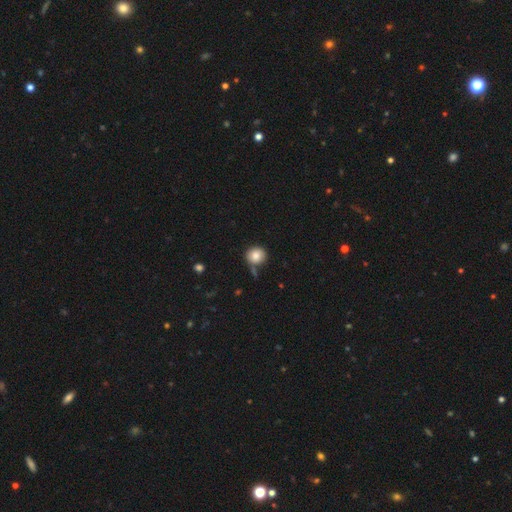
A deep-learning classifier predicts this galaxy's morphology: Smooth or featured?
  - smooth: 82% *
  - star or artifact: 10%
  - featured or disk: 8%
How rounded?
  - round: 88% *
  - in between: 11%
  - cigar-shaped: 1%
Merging?
  - none: 75% *
  - minor disturbance: 12%
  - merger: 10%
  - major disturbance: 3%